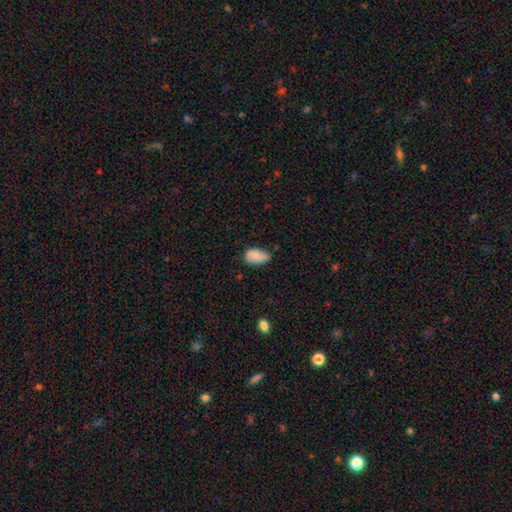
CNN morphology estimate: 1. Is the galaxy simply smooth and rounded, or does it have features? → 78% smooth, 14% featured or disk, 8% star or artifact.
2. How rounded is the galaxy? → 92% in between, 6% round, 2% cigar-shaped.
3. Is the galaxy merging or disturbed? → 54% none, 36% minor disturbance, 7% major disturbance, 2% merger.